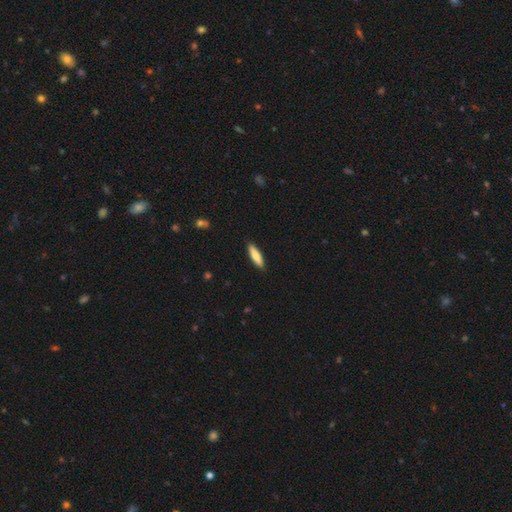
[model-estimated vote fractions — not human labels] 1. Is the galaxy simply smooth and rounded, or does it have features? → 78% smooth, 17% featured or disk, 5% star or artifact.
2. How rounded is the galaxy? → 72% cigar-shaped, 26% in between, 1% round.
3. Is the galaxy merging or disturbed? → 90% none, 7% minor disturbance, 2% major disturbance, 1% merger.